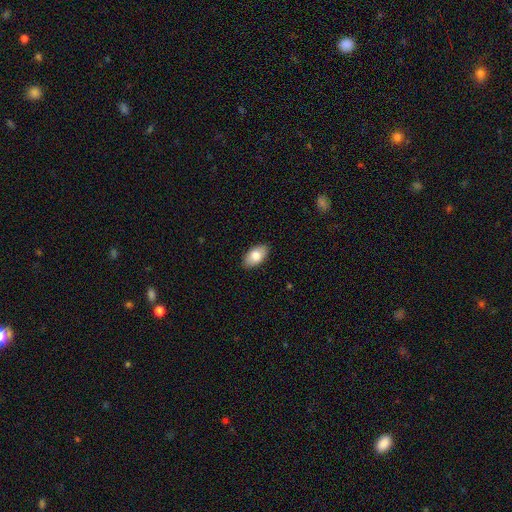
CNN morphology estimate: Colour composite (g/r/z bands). It shows a smooth galaxy with no disk features (81%) that is in between round and cigar-shaped (94%). Merging: none (89%).